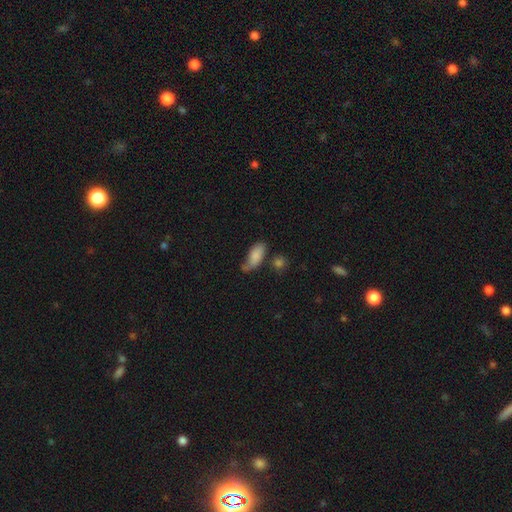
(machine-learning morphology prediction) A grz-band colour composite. It shows a smooth galaxy with no disk features (81%) that is in between round and cigar-shaped (84%). Merging: none (45%).